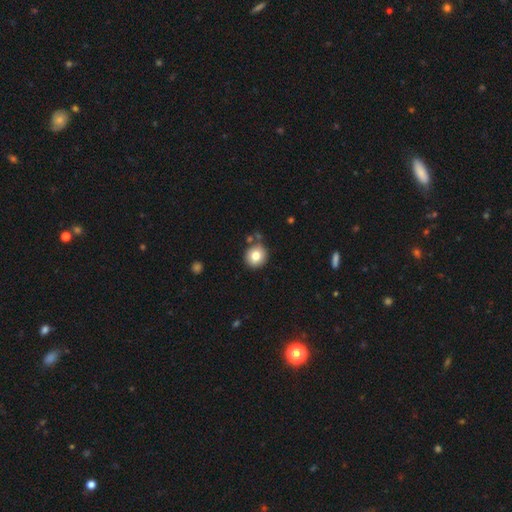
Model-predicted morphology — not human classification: smooth 79%, featured or disk 11%, star or artifact 11%. Down the decision tree: how rounded — round (90%); merging — none (78%).